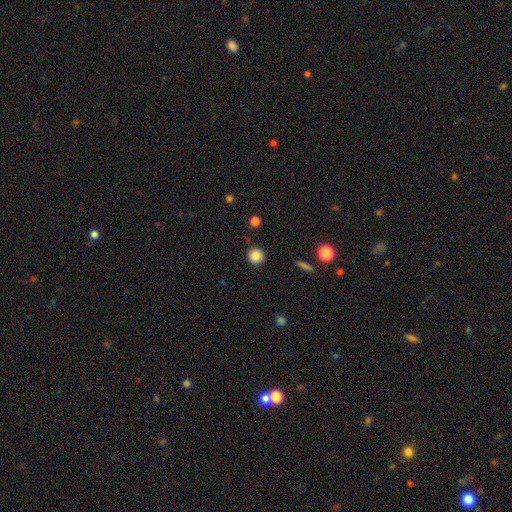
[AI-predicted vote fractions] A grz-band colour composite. It shows a smooth galaxy with no disk features (86%) that is round (93%). Merging: none (89%).